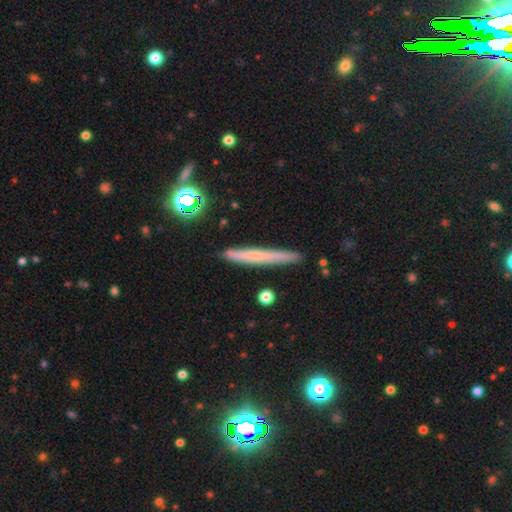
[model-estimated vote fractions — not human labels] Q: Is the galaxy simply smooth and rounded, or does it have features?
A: smooth — 56%.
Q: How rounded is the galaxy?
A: cigar-shaped — 96%.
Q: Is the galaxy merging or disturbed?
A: none — 87%.